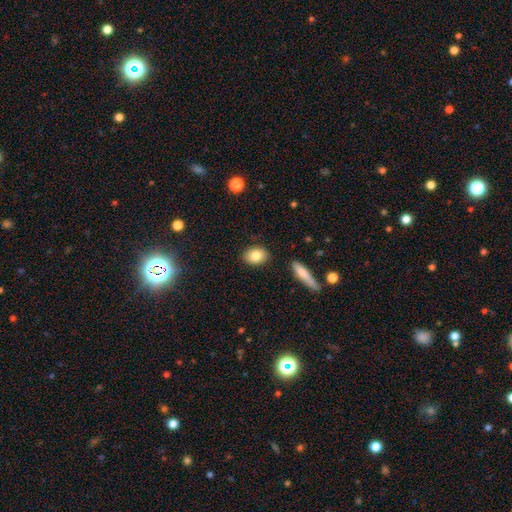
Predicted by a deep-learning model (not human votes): smooth_or_featured: smooth (p=0.84) [alt: featured or disk p=0.09]
how_rounded: in between (p=0.71) [alt: round p=0.26]
merging: none (p=0.88) [alt: minor disturbance p=0.08]